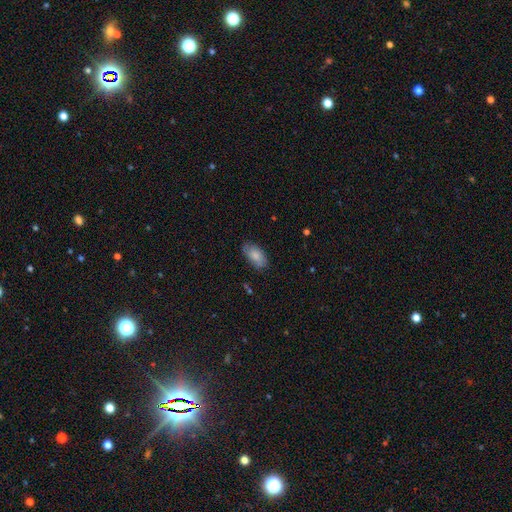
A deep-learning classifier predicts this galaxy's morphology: This is clearly a smooth galaxy (82%). How rounded: clearly in between (93%). Merging: likely none (77%).